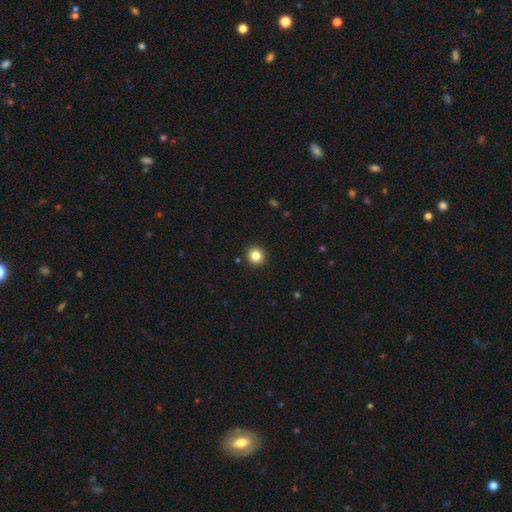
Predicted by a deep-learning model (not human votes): Overall: smooth (84%). How rounded: round (94%). Merging: none (93%).